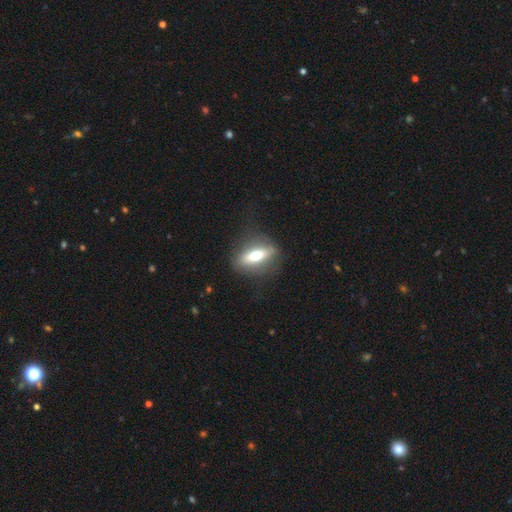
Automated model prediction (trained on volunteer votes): Q: Smooth or featured?
A: smooth (53%); runner-up: featured or disk (39%)
Q: How rounded?
A: in between (61%); runner-up: cigar-shaped (31%)
Q: Merging?
A: none (79%); runner-up: minor disturbance (13%)